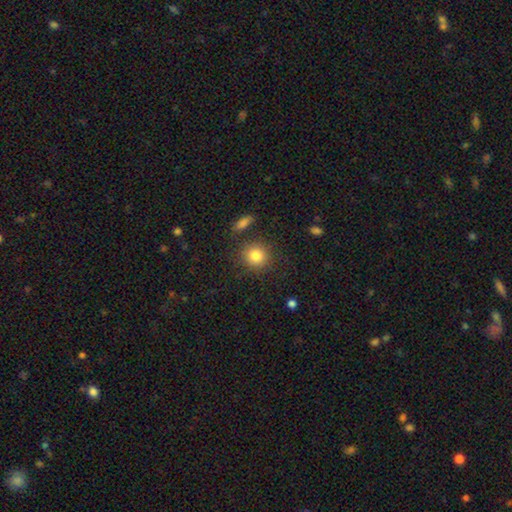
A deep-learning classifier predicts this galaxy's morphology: A smooth galaxy with no disk features (83%) that is round (87%).

Vote fractions:
- Smooth or featured? smooth: 83% / star or artifact: 10% / featured or disk: 7%
- How rounded? round: 87% / in between: 11% / cigar-shaped: 1%
- Merging? none: 83% / minor disturbance: 9% / merger: 4% / major disturbance: 3%